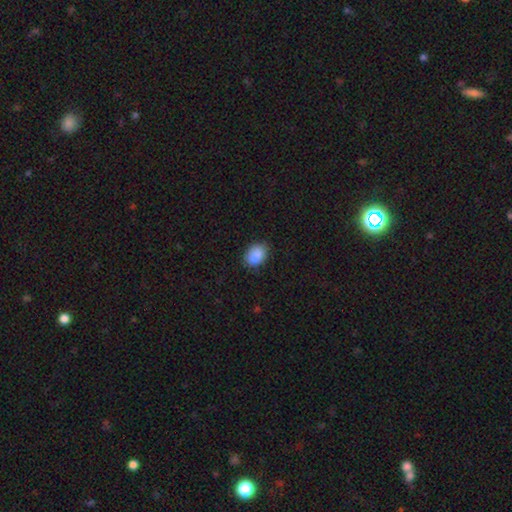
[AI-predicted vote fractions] This appears to be a smooth galaxy with no disk features (88%) that is in between round and cigar-shaped (81%). Merging: none (81%).